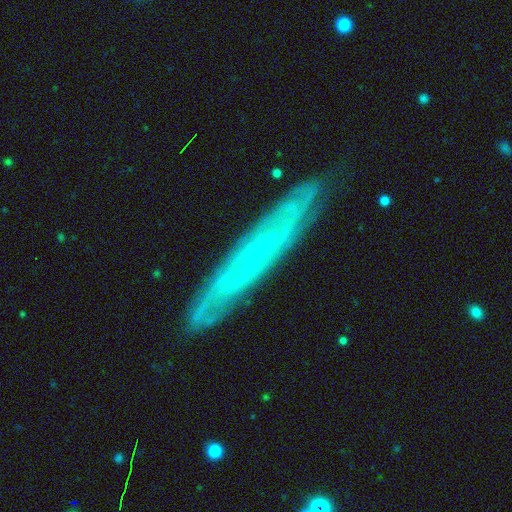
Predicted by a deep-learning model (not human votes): Morphology: type=featured or disk (77%); edge-on=no (51%); merging=none (83%).